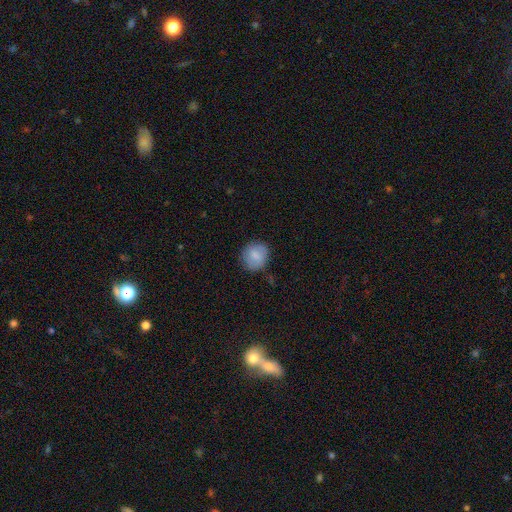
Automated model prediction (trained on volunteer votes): Morphology: type=smooth (83%); roundness=round (81%); merging=none (81%).